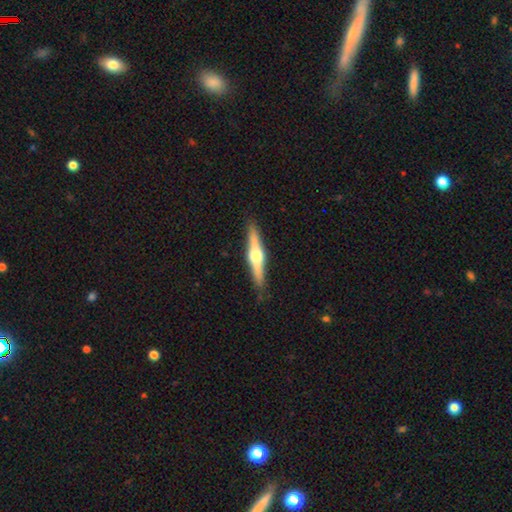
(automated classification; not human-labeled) This appears to be a featured or disk galaxy (70%) viewed edge-on (97%) with a rounded central bulge (94%). Merging: none (89%).